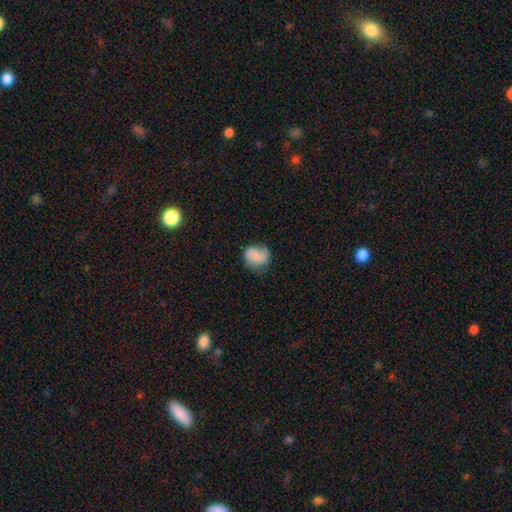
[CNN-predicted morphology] Overall: smooth (69%). How rounded: round (71%). Merging: none (59%; minor disturbance 28%).